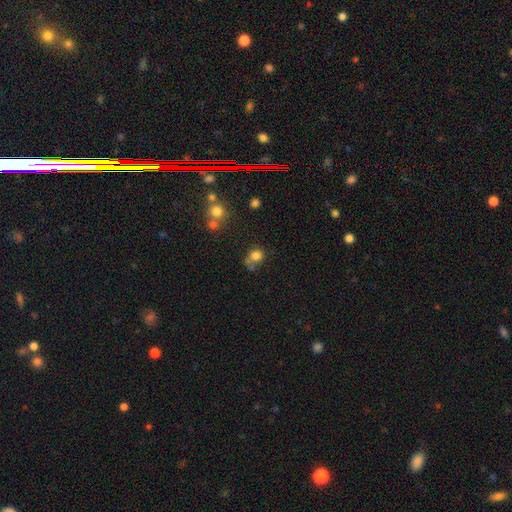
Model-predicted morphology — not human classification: smooth_or_featured: smooth (p=0.78) [alt: star or artifact p=0.13]
how_rounded: round (p=0.77) [alt: in between p=0.22]
merging: none (p=0.51) [alt: merger p=0.22]